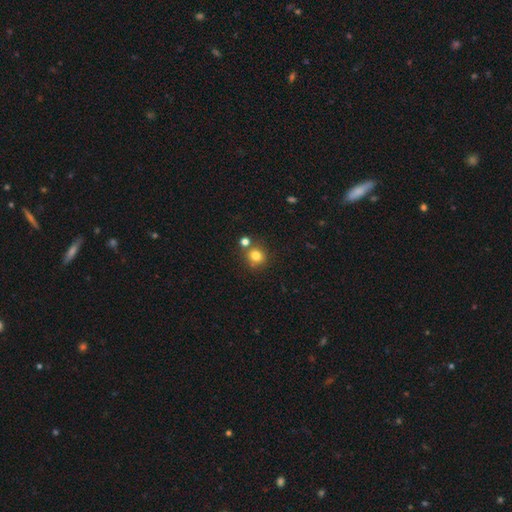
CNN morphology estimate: This appears to be a smooth galaxy with no disk features (80%) that is round (87%). Merging: none (72%).